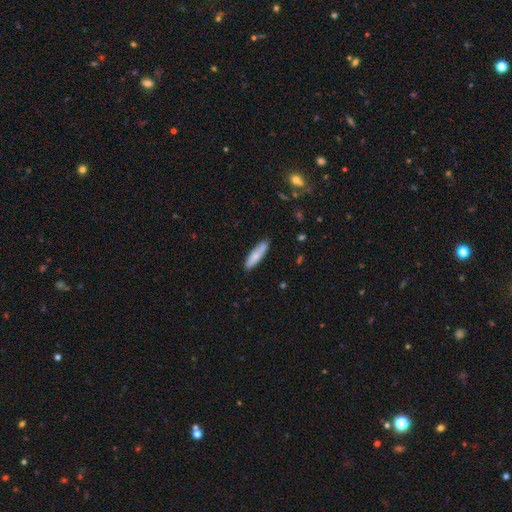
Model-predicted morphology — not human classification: Smooth or featured? Predicted: smooth (p=0.75). How rounded? Predicted: cigar-shaped (p=0.75). Merging? Predicted: none (p=0.85).